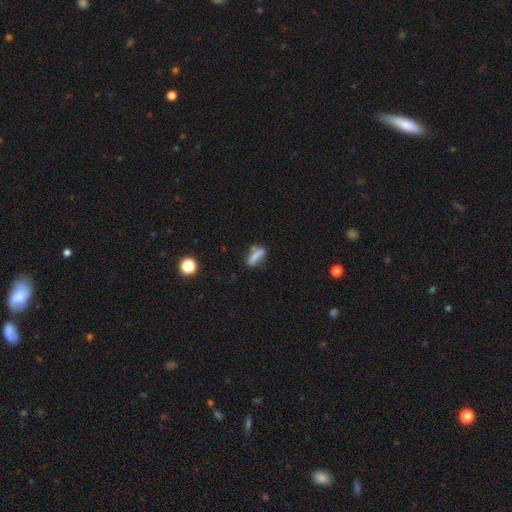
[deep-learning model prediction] Overall: smooth (70%). How rounded: in between (49%; cigar-shaped 46%). Merging: none (64%).